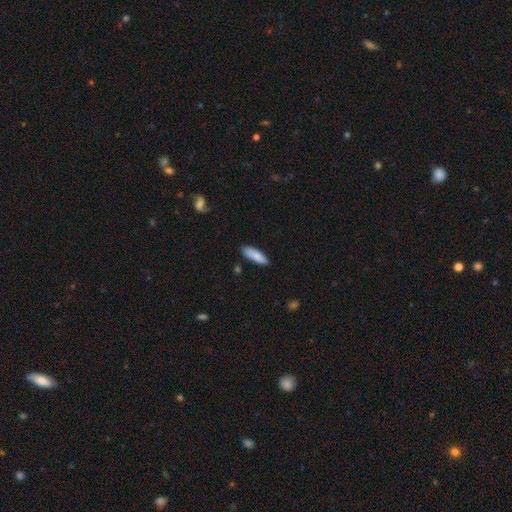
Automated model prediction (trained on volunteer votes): A smooth galaxy with no disk features (84%) that is in between round and cigar-shaped (49%, tied with cigar-shaped). Merging: none (84%).